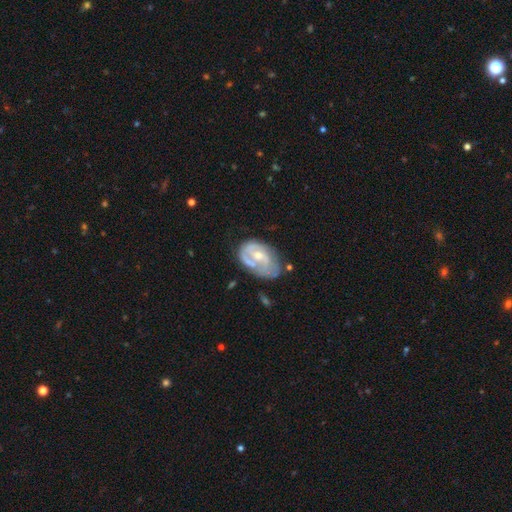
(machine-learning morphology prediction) featured or disk 73%, smooth 21%, star or artifact 6%. Down the decision tree: edge-on disk — no (97%); bar — no (58%); spiral arms — yes (78%); spiral arm count — 2 (43%); spiral winding — tight (48%); bulge size — moderate (54%); merging — none (50%).